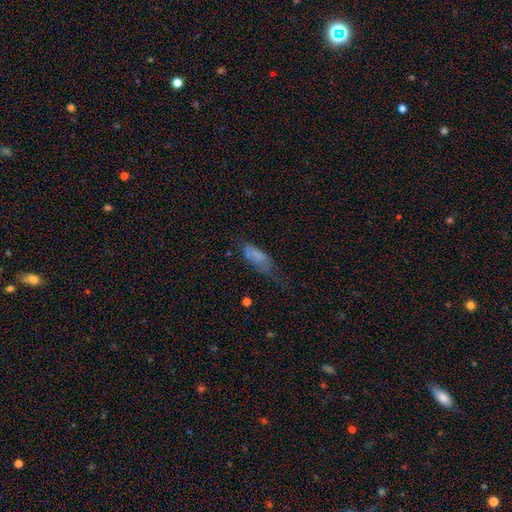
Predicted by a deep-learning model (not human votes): This is likely a smooth galaxy (63%). How rounded: likely in between (67%). Merging: marginally major disturbance (38%).